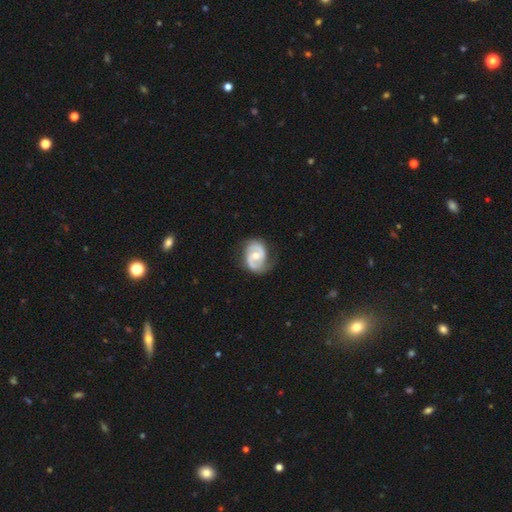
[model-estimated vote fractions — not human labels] Smooth or featured? Predicted: featured or disk (p=0.86). Edge-on disk? Predicted: no (p=0.98). Bar? Predicted: no (p=0.48). Spiral arms? Predicted: yes (p=0.96). Spiral winding? Predicted: medium (p=0.52). Spiral arm count? Predicted: 2 (p=0.91). Bulge size? Predicted: moderate (p=0.64). Merging? Predicted: none (p=0.75).